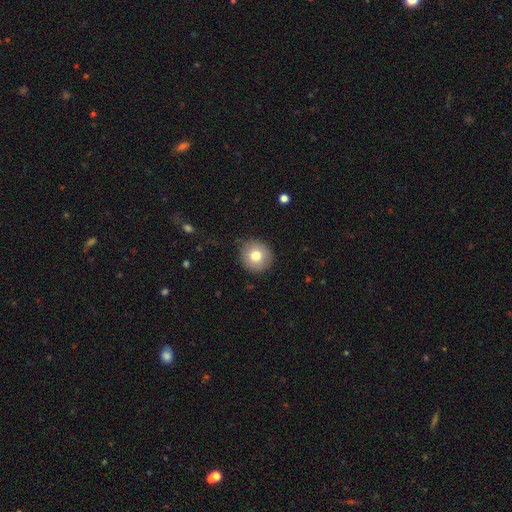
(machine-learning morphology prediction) Smooth or featured? smooth (77%)
How rounded? round (92%)
Merging? none (88%)